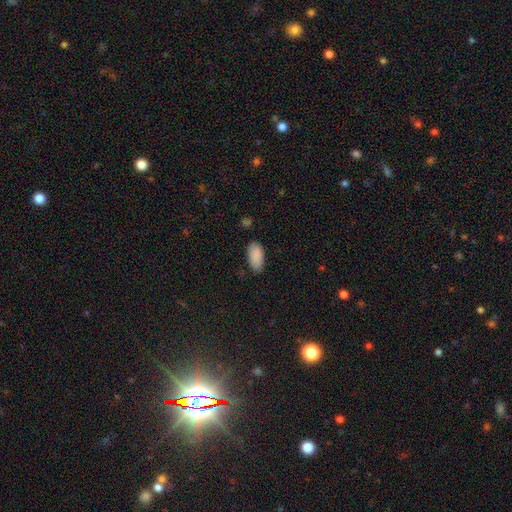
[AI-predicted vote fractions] Smooth or featured: smooth — 89% (star or artifact — 7%)
How rounded: in between — 93% (cigar-shaped — 4%)
Merging: none — 77% (minor disturbance — 19%)